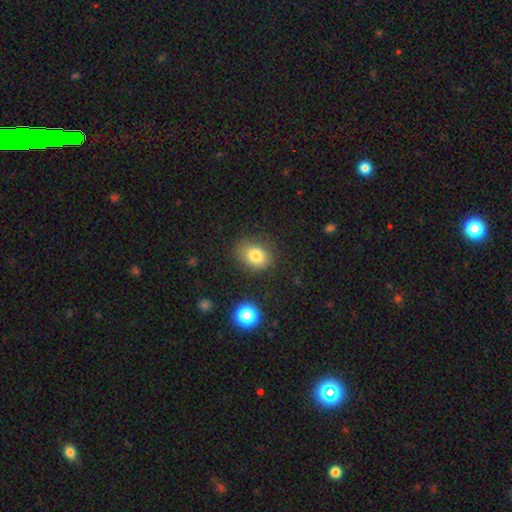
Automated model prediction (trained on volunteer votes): Morphology: type=smooth (80%); roundness=in between (53%); merging=none (80%).